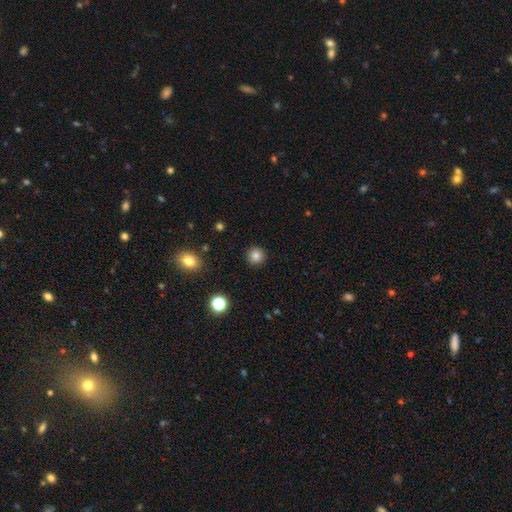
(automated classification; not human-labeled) smooth-or-featured: smooth: 82% | star or artifact: 12% | featured or disk: 6%
  how-rounded: round: 95% | in between: 4% | cigar-shaped: 1%
  merging: none: 92% | minor disturbance: 5% | major disturbance: 2% | merger: 1%